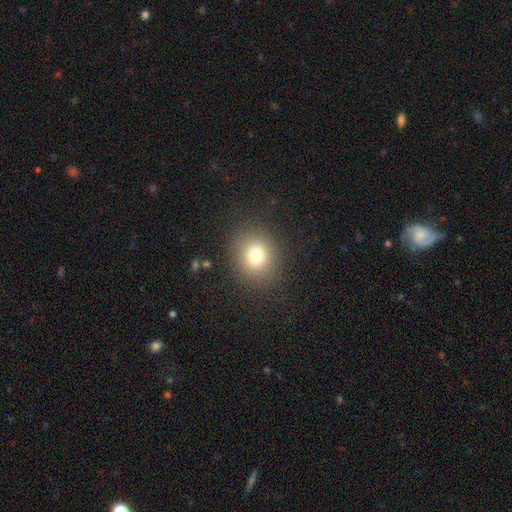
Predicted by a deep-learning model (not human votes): A smooth galaxy with no disk features (77%) that is round (73%).

Vote fractions:
- Smooth or featured? smooth: 77% / star or artifact: 14% / featured or disk: 9%
- How rounded? round: 73% / in between: 26% / cigar-shaped: 1%
- Merging? none: 87% / minor disturbance: 8% / major disturbance: 4% / merger: 1%